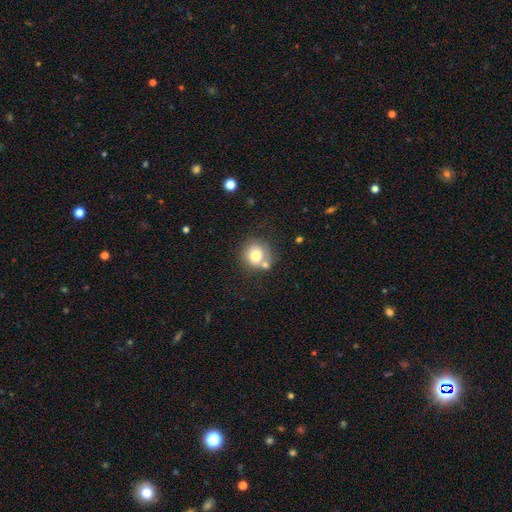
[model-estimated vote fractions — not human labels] A smooth galaxy with no disk features (75%) that is round (86%). Merging: none (60%).